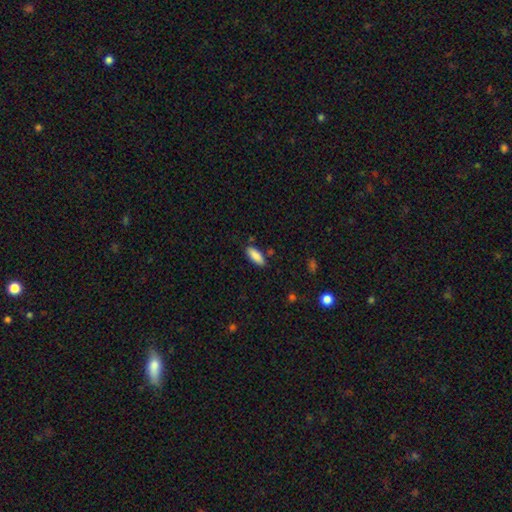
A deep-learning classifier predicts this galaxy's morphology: Smooth or featured? Predicted: smooth (p=0.87). How rounded? Predicted: in between (p=0.76). Merging? Predicted: none (p=0.83).